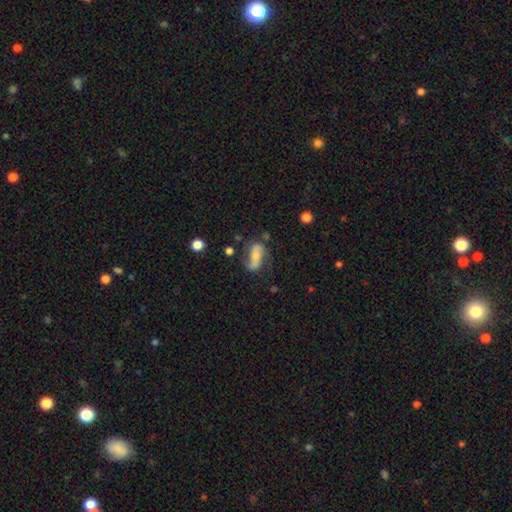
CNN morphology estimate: A featured or disk galaxy (54%).

Vote fractions:
- Smooth or featured? featured or disk: 54% / smooth: 38% / star or artifact: 8%
- Edge-on disk? no: 90% / yes: 10%
- Merging? none: 54% / minor disturbance: 25% / major disturbance: 15% / merger: 6%